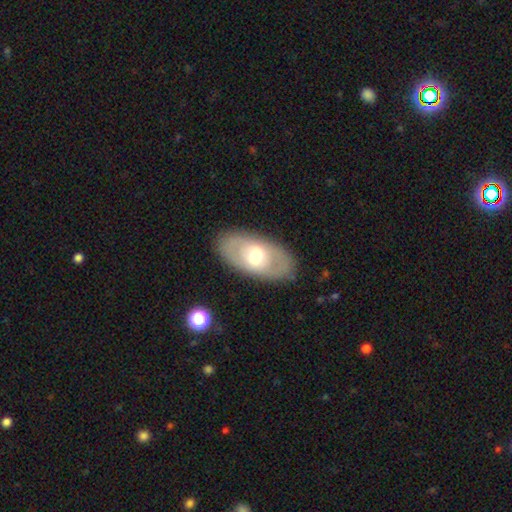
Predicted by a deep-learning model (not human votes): smooth_or_featured: featured or disk (p=0.47) [tied with: smooth p=0.47]
merging: none (p=0.84) [alt: minor disturbance p=0.11]